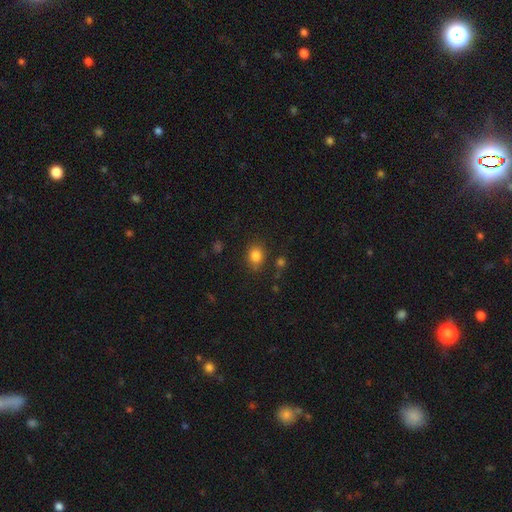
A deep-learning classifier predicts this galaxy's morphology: smooth_or_featured: smooth (p=0.83) [alt: star or artifact p=0.11]
how_rounded: round (p=0.61) [alt: in between p=0.38]
merging: none (p=0.80) [alt: minor disturbance p=0.13]